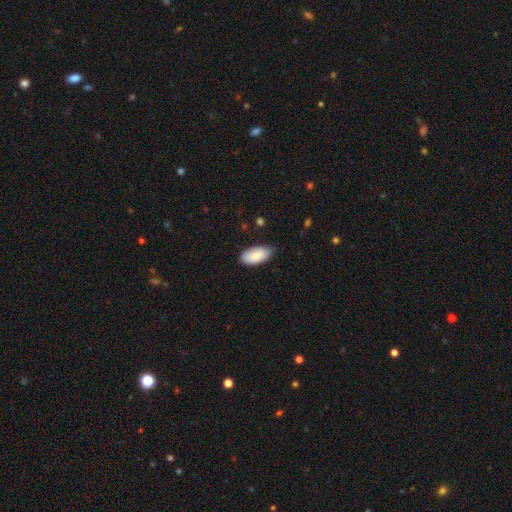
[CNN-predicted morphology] smooth-or-featured: smooth: 82% | featured or disk: 11% | star or artifact: 6%
  how-rounded: in between: 95% | cigar-shaped: 3% | round: 2%
  merging: none: 74% | minor disturbance: 22% | major disturbance: 3% | merger: 1%